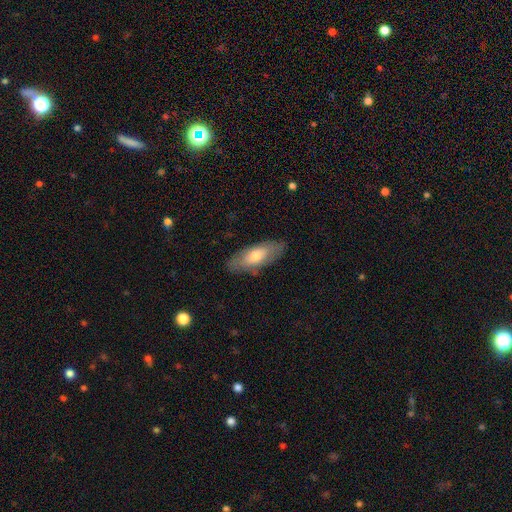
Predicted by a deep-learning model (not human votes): Smooth or featured? smooth (64%)
How rounded? in between (74%)
Merging? none (81%)